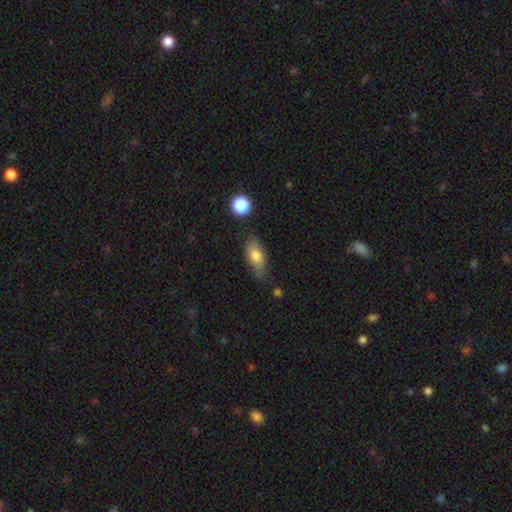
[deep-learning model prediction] This appears to be a smooth galaxy with no disk features (76%) that is in between round and cigar-shaped (83%). Merging: none (72%).